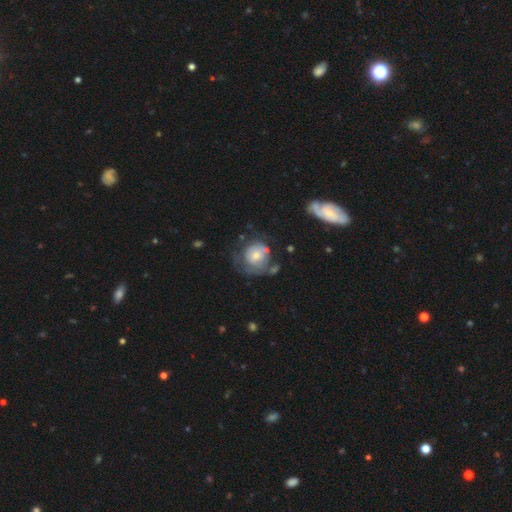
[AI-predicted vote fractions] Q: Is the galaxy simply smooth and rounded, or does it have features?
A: smooth — 47%.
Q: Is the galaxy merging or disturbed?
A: none — 40%.